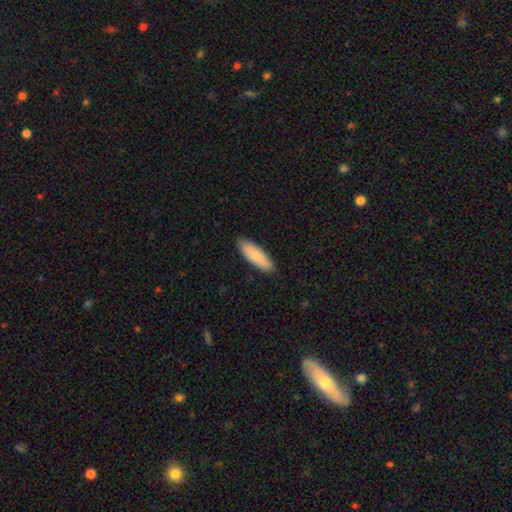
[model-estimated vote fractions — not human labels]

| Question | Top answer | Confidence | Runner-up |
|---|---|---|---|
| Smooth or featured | smooth | 85% | featured or disk (9%) |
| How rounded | cigar-shaped | 49% | tied: in between (49%) |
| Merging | none | 89% | minor disturbance (9%) |